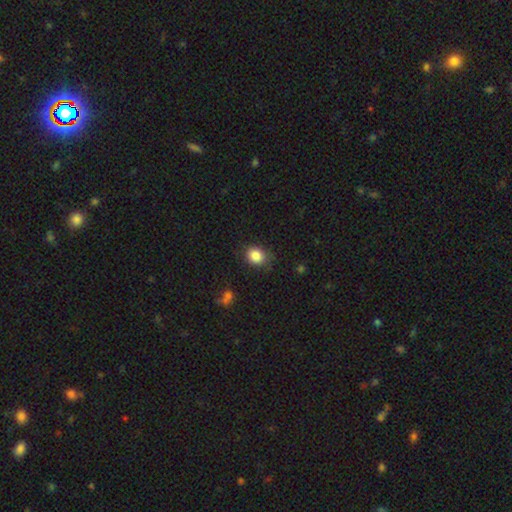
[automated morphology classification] A smooth galaxy with no disk features (86%) that is round (62%). Merging: none (78%).